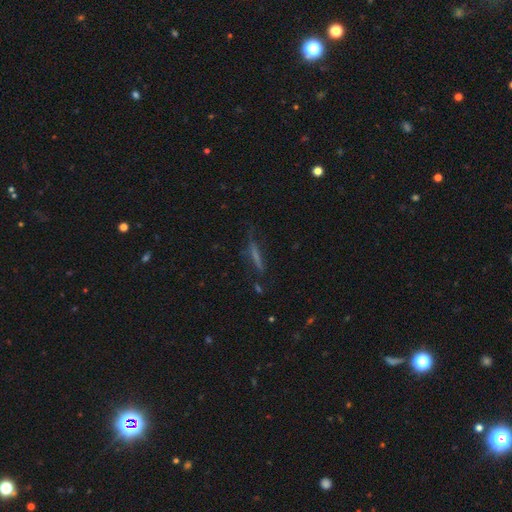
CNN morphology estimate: Smooth or featured? Predicted: smooth (p=0.43). Merging? Predicted: none (p=0.67).